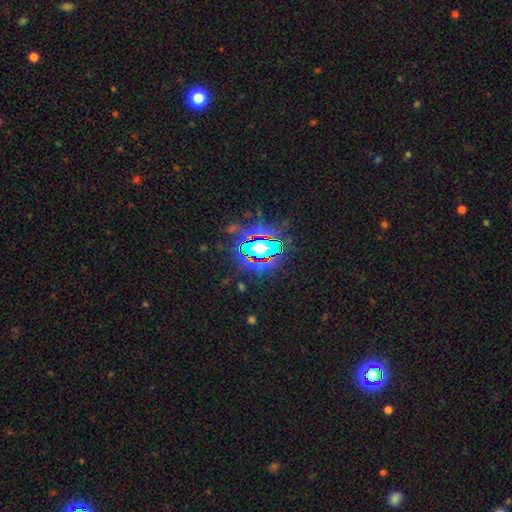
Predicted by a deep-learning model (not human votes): This is clearly a star or artifact rather than a galaxy (83%).